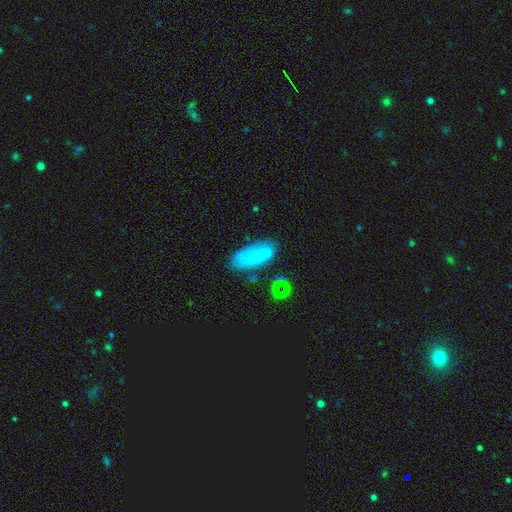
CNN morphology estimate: Smooth or featured?
  - smooth: 62% *
  - featured or disk: 24%
  - star or artifact: 14%
How rounded?
  - in between: 78% *
  - cigar-shaped: 18%
  - round: 4%
Merging?
  - none: 58% *
  - minor disturbance: 23%
  - major disturbance: 10%
  - merger: 9%